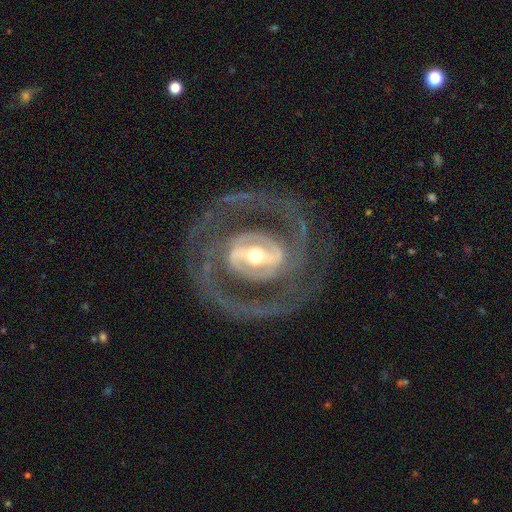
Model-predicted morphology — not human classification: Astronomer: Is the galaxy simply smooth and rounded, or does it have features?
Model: featured or disk — 90%.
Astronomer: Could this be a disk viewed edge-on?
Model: no — 96%.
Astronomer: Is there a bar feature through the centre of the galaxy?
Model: strong — 54% (runner-up: weak, 32%).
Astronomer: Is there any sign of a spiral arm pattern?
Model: yes — 93%.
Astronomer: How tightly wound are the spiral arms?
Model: medium — 47% (runner-up: tight, 39%).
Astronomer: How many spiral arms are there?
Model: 2 — 77%.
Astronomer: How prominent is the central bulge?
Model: moderate — 62%.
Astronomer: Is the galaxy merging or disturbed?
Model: none — 75%.